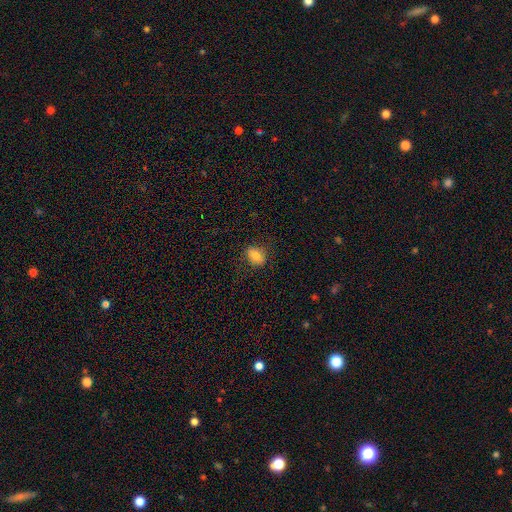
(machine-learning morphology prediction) This appears to be a smooth galaxy with no disk features (79%) that is in between round and cigar-shaped (65%). Merging: none (81%).